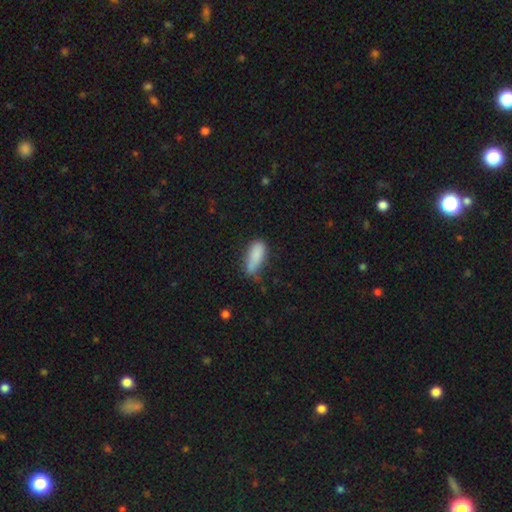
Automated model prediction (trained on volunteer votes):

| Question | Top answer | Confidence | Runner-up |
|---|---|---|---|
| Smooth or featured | smooth | 84% | featured or disk (8%) |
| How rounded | in between | 74% | cigar-shaped (24%) |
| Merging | none | 45% | minor disturbance (37%) |